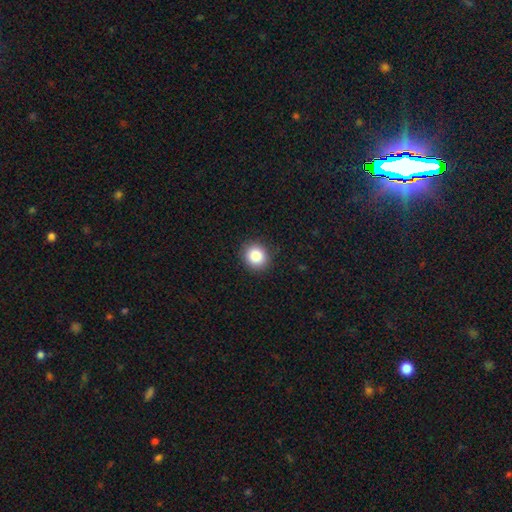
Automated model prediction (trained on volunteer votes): A smooth galaxy with no disk features (86%) that is round (85%).

Vote fractions:
- Smooth or featured? smooth: 86% / star or artifact: 9% / featured or disk: 4%
- How rounded? round: 85% / in between: 14% / cigar-shaped: 1%
- Merging? none: 90% / minor disturbance: 7% / major disturbance: 2% / merger: 1%